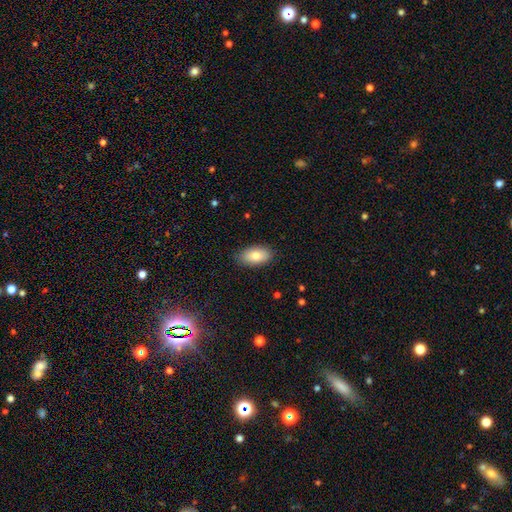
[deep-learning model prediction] Overall: smooth (79%). How rounded: in between (93%). Merging: none (84%).